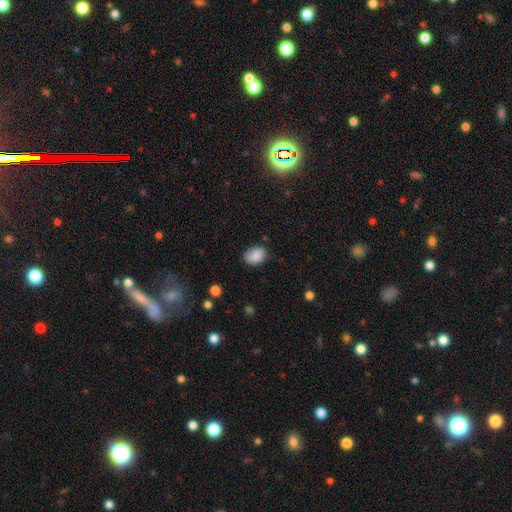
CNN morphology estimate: Smooth or featured? Predicted: smooth (p=0.88). How rounded? Predicted: in between (p=0.79). Merging? Predicted: none (p=0.75).